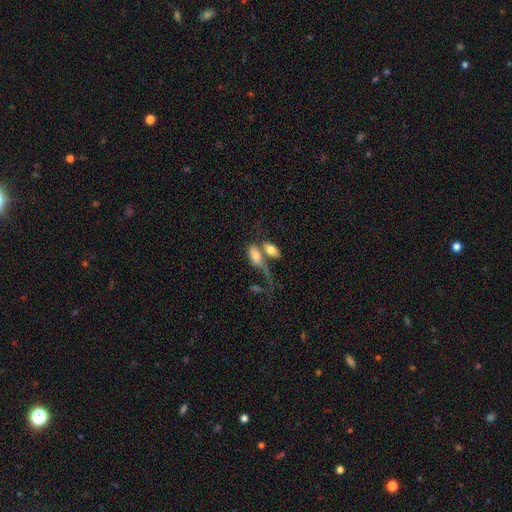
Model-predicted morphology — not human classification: Smooth or featured? Predicted: smooth (p=0.70). How rounded? Predicted: in between (p=0.86). Merging? Predicted: merger (p=0.59).